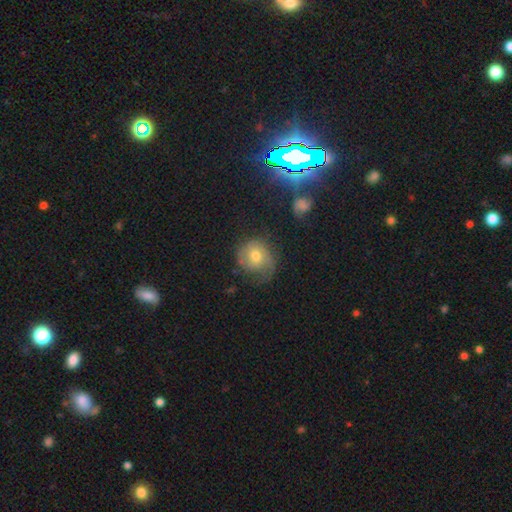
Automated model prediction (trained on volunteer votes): Smooth or featured? smooth (49%)
Merging? none (49%)